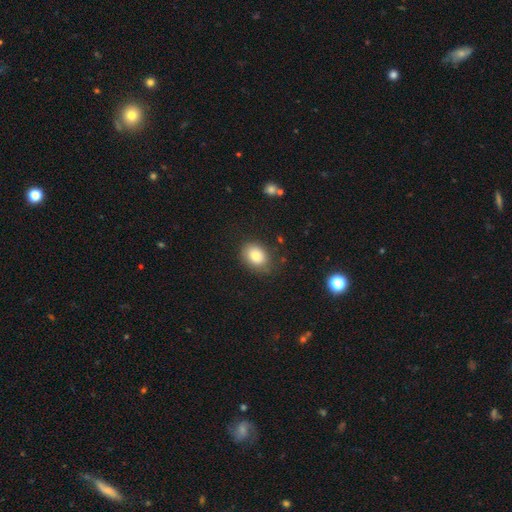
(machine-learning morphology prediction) This appears to be a smooth galaxy with no disk features (80%) that is in between round and cigar-shaped (62%). Merging: none (78%).